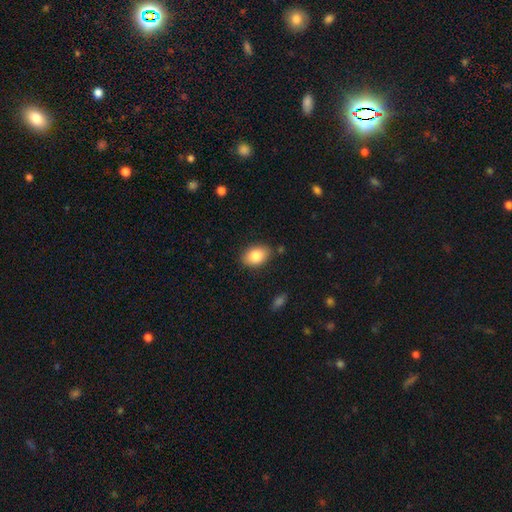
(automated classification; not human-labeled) Morphology: type=smooth (83%); roundness=in between (82%); merging=none (82%).